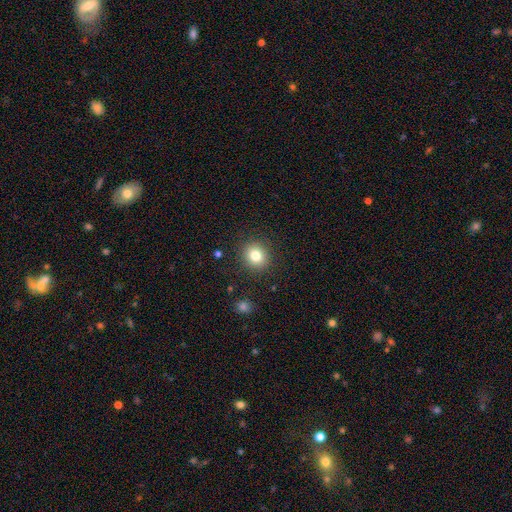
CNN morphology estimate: This is clearly a smooth galaxy (81%). How rounded: clearly round (86%). Merging: clearly none (89%).